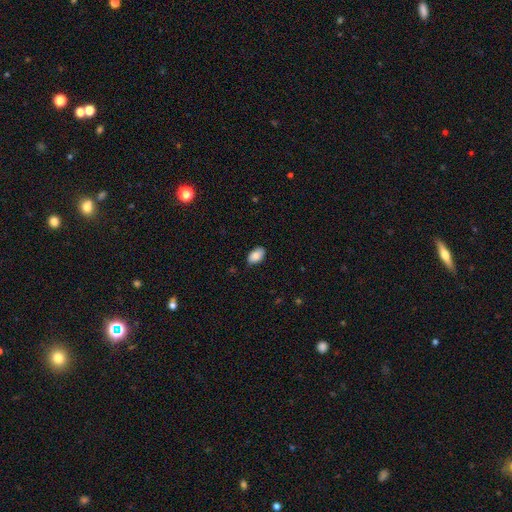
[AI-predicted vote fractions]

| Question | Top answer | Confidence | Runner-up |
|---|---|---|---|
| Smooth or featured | smooth | 86% | featured or disk (7%) |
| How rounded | in between | 93% | round (6%) |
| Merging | none | 84% | minor disturbance (13%) |